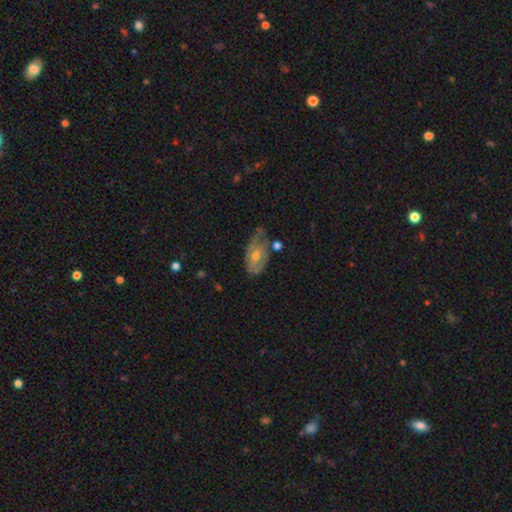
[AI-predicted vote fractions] A featured or disk galaxy (58%) with no bar (69%), spiral arms (58%) and a moderate central bulge (59%). Merging: none (43%).